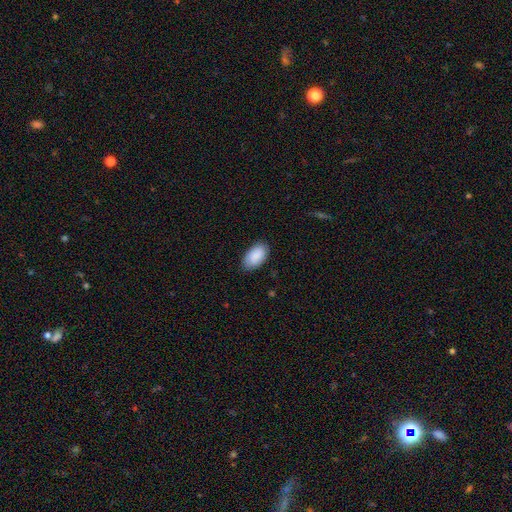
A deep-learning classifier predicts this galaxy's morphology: Smooth or featured: smooth — 89% (star or artifact — 6%)
How rounded: in between — 95% (round — 3%)
Merging: none — 84% (minor disturbance — 13%)